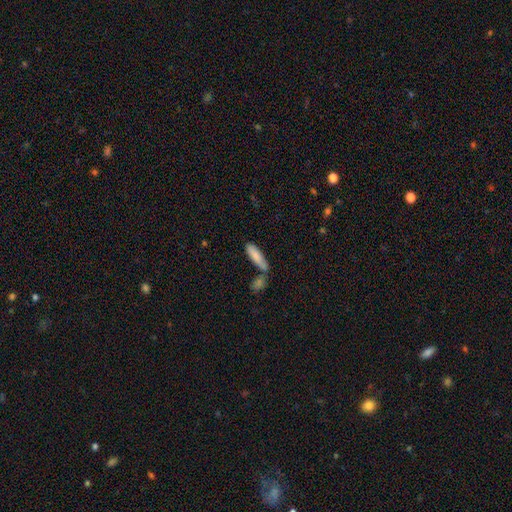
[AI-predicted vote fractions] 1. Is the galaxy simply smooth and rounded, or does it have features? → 84% smooth, 10% featured or disk, 6% star or artifact.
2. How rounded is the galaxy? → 60% cigar-shaped, 39% in between, 2% round.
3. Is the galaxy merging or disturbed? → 52% none, 28% merger, 15% minor disturbance, 5% major disturbance.